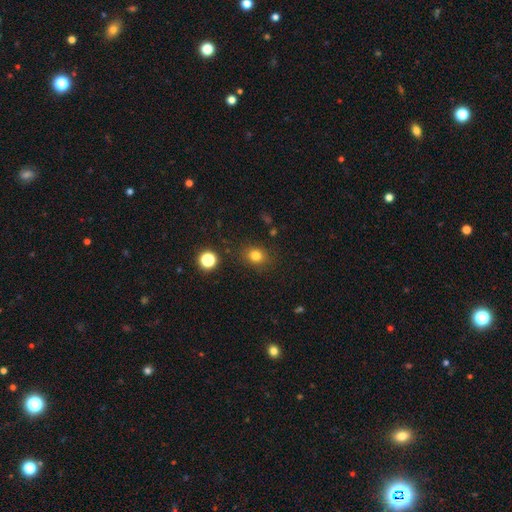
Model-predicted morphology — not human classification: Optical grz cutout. It shows a smooth galaxy with no disk features (79%) that is round (66%). Merging: none (85%).